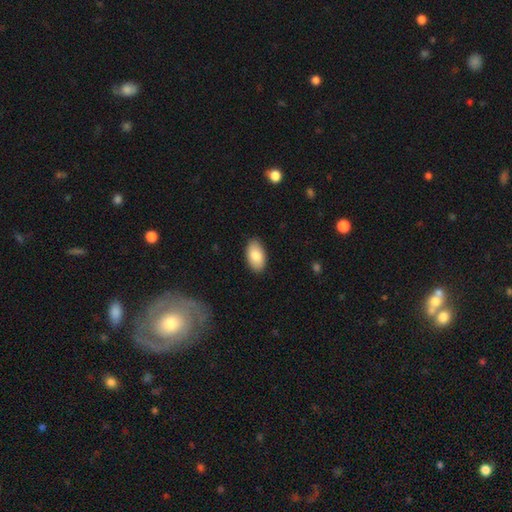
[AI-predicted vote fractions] smooth_or_featured: smooth (p=0.85) [alt: featured or disk p=0.09]
how_rounded: in between (p=0.95) [alt: round p=0.03]
merging: none (p=0.88) [alt: minor disturbance p=0.09]